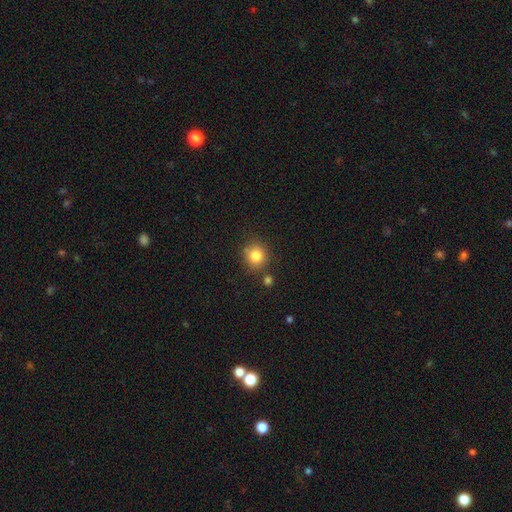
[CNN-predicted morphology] Smooth or featured? smooth (83%)
How rounded? round (90%)
Merging? none (78%)